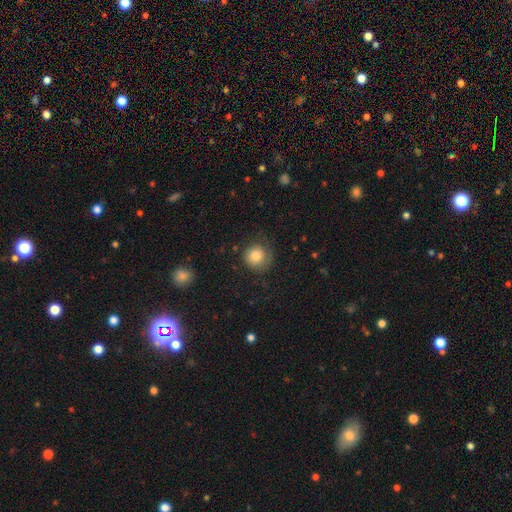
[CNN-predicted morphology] smooth_or_featured: smooth (p=0.80) [alt: featured or disk p=0.11]
how_rounded: round (p=0.91) [alt: in between p=0.08]
merging: none (p=0.68) [alt: minor disturbance p=0.20]